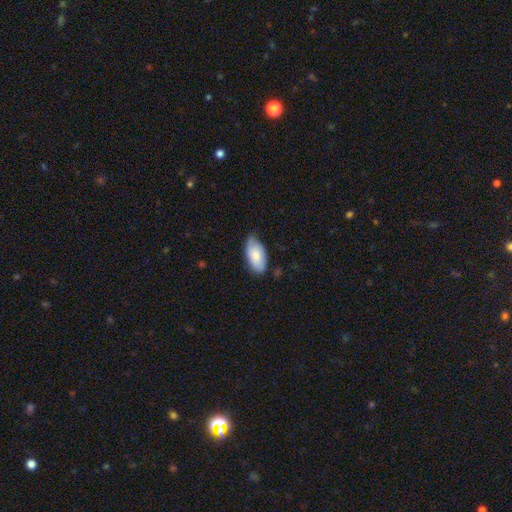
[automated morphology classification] Smooth or featured?
  - smooth: 80% *
  - featured or disk: 15%
  - star or artifact: 6%
How rounded?
  - in between: 94% *
  - cigar-shaped: 3%
  - round: 2%
Merging?
  - none: 70% *
  - minor disturbance: 25%
  - major disturbance: 4%
  - merger: 1%